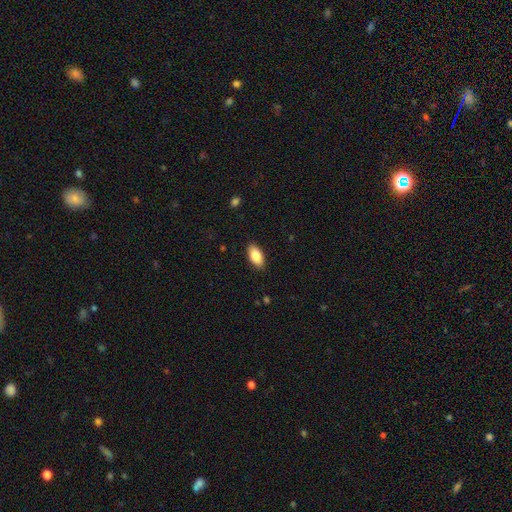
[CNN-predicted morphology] This appears to be a smooth galaxy with no disk features (84%) that is in between round and cigar-shaped (92%). Merging: none (88%).